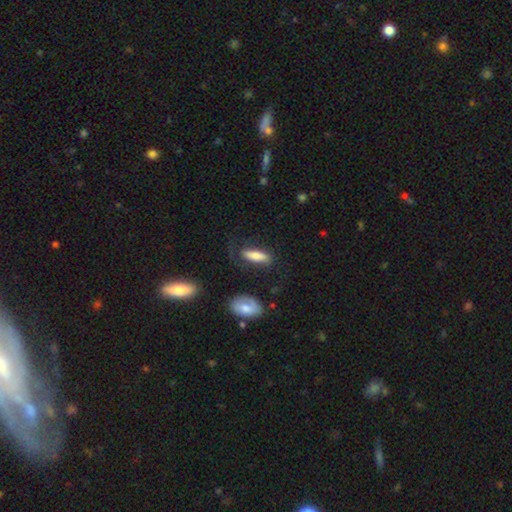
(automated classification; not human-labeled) Smooth or featured: smooth — 72% (featured or disk — 21%)
How rounded: in between — 55% (cigar-shaped — 42%)
Merging: none — 55% (minor disturbance — 23%)